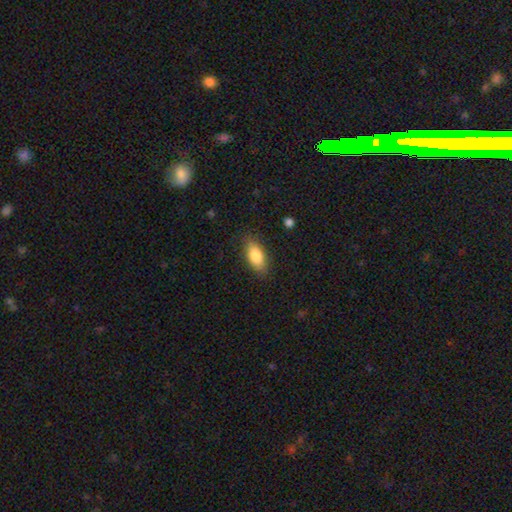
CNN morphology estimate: This appears to be a smooth galaxy with no disk features (84%) that is in between round and cigar-shaped (84%). Merging: none (84%).